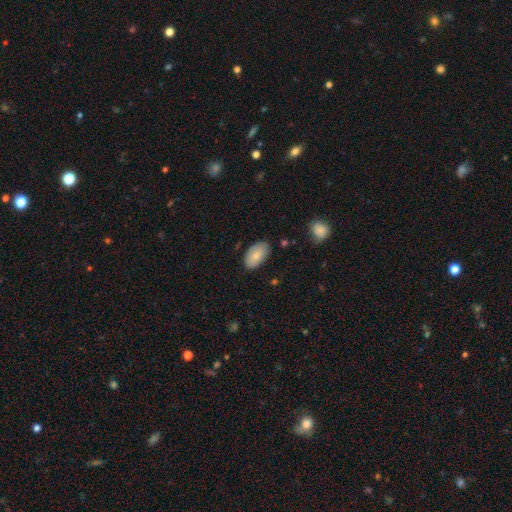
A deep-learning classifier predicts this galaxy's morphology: This is likely a smooth galaxy (80%). How rounded: clearly in between (95%). Merging: likely none (79%).